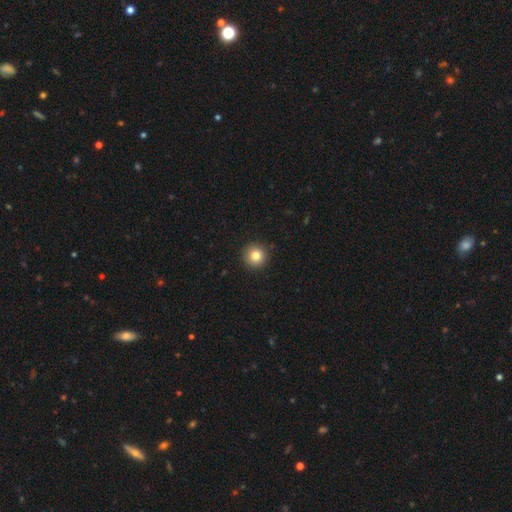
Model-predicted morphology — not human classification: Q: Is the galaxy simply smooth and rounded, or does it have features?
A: smooth — 82%.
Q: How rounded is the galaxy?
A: round — 95%.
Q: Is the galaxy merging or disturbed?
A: none — 91%.